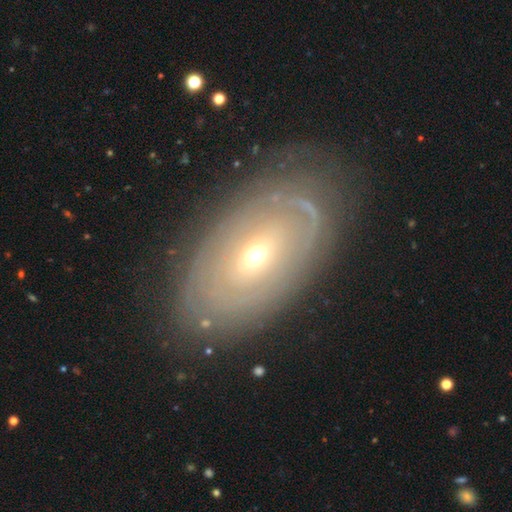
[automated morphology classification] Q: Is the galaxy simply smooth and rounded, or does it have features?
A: featured or disk — 69%.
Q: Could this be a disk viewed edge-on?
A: no — 91%.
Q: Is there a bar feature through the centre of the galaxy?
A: no — 72%.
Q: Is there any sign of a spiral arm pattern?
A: yes — 61%.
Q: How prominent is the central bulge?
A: small — 59%.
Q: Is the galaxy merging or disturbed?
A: none — 77%.